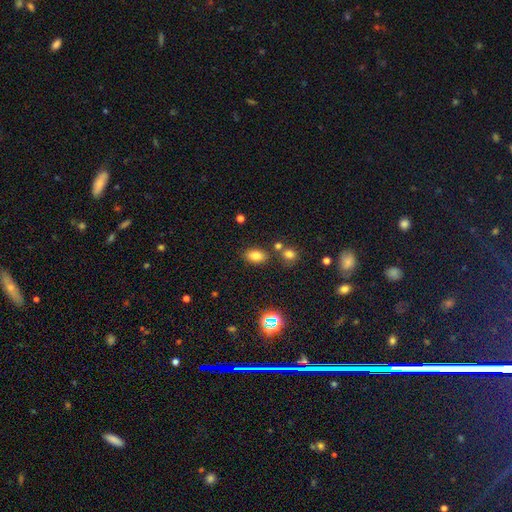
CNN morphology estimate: Smooth or featured?
  - smooth: 78% *
  - star or artifact: 14%
  - featured or disk: 8%
How rounded?
  - in between: 84% *
  - round: 14%
  - cigar-shaped: 2%
Merging?
  - none: 76% *
  - minor disturbance: 11%
  - merger: 10%
  - major disturbance: 3%